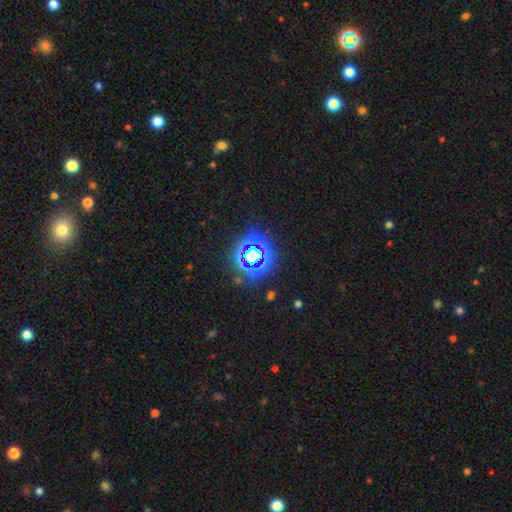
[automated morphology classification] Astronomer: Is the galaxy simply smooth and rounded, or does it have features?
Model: star or artifact — 77%.